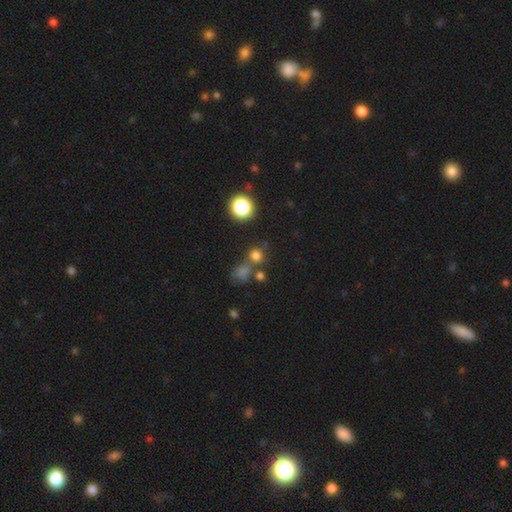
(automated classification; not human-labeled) Morphology: type=smooth (71%); roundness=round (86%); merging=none (62%).